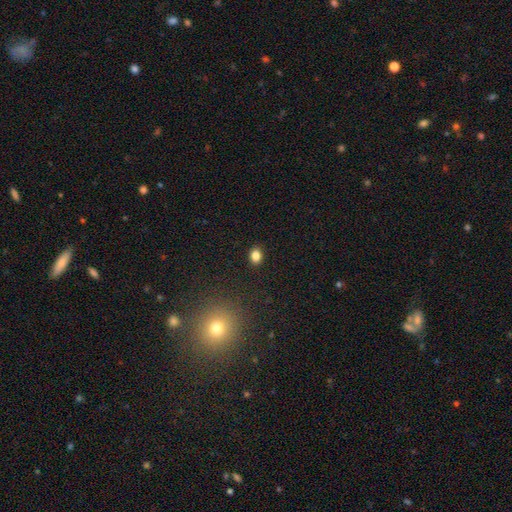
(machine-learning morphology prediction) A smooth galaxy with no disk features (84%) that is in between round and cigar-shaped (59%). Merging: none (89%).